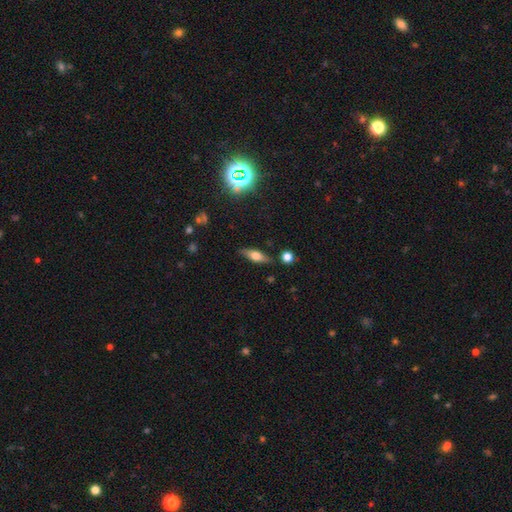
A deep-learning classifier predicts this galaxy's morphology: A smooth galaxy with no disk features (52%) that is in between round and cigar-shaped (57%). Merging: none (82%).